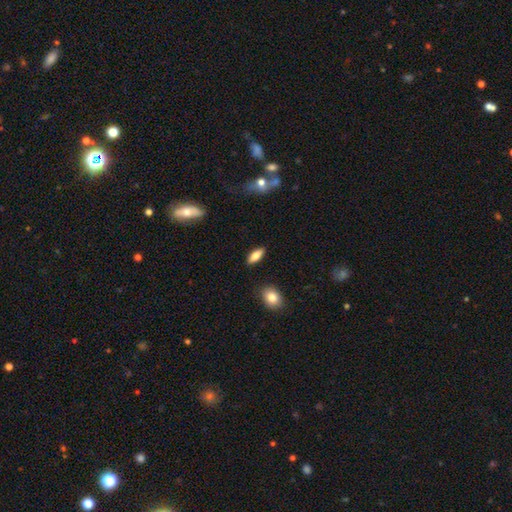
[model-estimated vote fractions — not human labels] smooth 73%, featured or disk 20%, star or artifact 7%. Down the decision tree: how rounded — in between (73%); merging — none (88%).